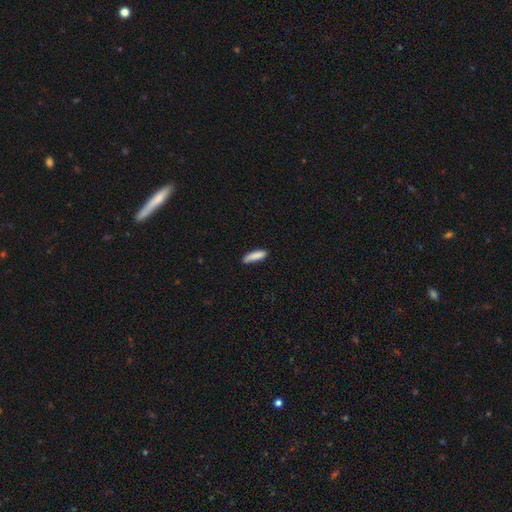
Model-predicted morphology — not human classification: The model was most divided on "how rounded": cigar-shaped: 70%, in between: 29%, round: 2%. More confident: smooth or featured — smooth (86%); merging — none (74%).